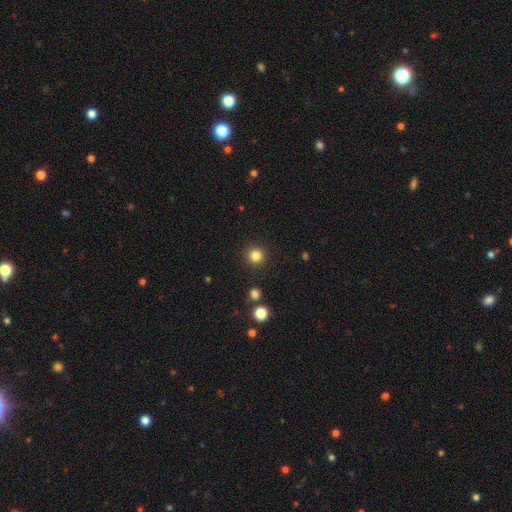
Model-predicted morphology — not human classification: Overall: smooth (83%). How rounded: round (95%). Merging: none (91%).